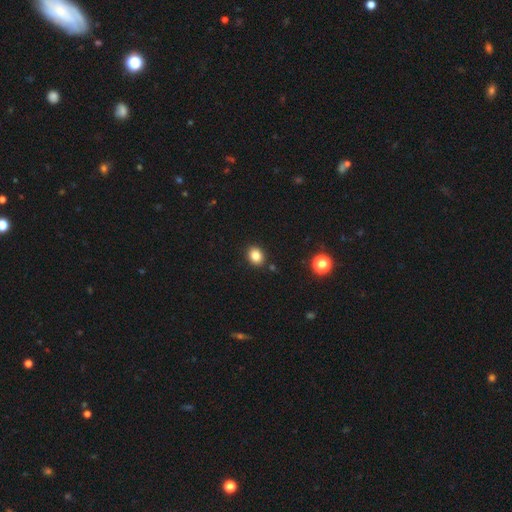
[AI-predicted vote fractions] smooth-or-featured: smooth: 83% | star or artifact: 11% | featured or disk: 5%
  how-rounded: round: 54% | in between: 45% | cigar-shaped: 1%
  merging: none: 88% | minor disturbance: 7% | merger: 2% | major disturbance: 2%